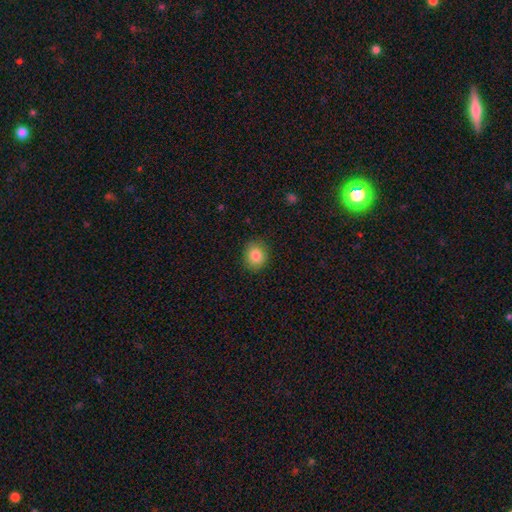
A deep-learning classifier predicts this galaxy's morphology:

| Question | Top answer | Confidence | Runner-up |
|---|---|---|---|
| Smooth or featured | smooth | 84% | star or artifact (10%) |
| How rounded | round | 74% | in between (25%) |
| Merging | none | 89% | minor disturbance (8%) |